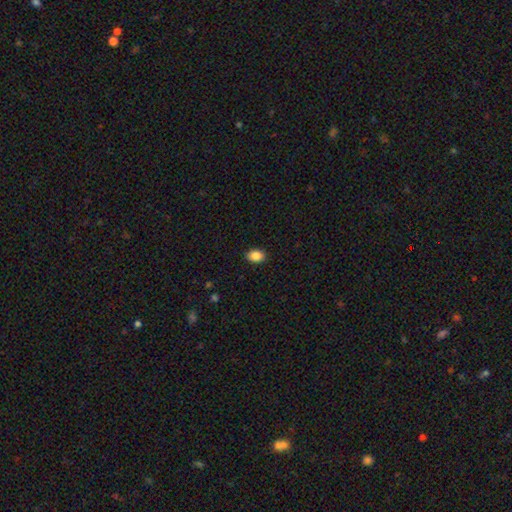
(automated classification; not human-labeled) Q: Smooth or featured?
A: smooth (88%); runner-up: star or artifact (8%)
Q: How rounded?
A: in between (80%); runner-up: round (19%)
Q: Merging?
A: none (89%); runner-up: minor disturbance (8%)